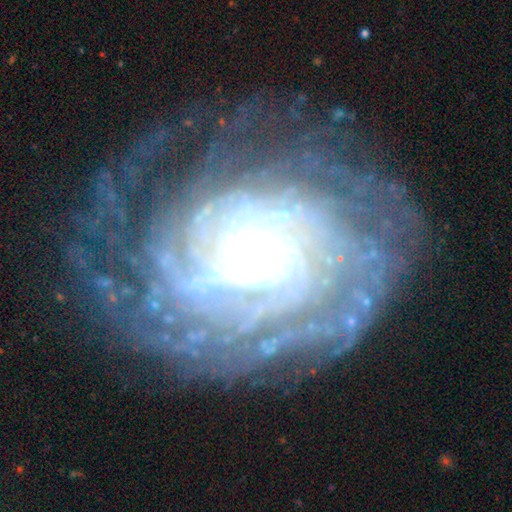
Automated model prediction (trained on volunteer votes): smooth-or-featured: featured or disk: 89% | star or artifact: 6% | smooth: 5%
  disk-edge-on: no: 97% | yes: 3%
    bar: no: 64% | weak: 26% | strong: 10%
    has-spiral-arms: yes: 97% | no: 3%
      spiral-winding: tight: 81% | medium: 15% | loose: 4%
      spiral-arm-count: can't tell: 32% | more than 4: 26% | 4: 14% | 2: 11% | 3: 10% | 1: 7%
    bulge-size: small: 46% | moderate: 43% | large: 8% | none: 2% | dominant: 1%
  merging: none: 68% | minor disturbance: 18% | major disturbance: 12% | merger: 2%